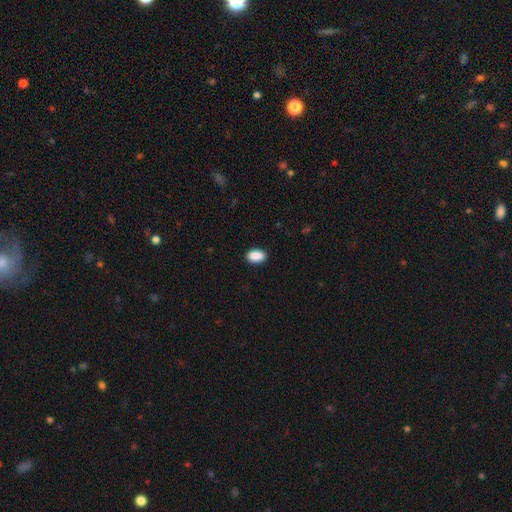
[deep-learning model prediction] Q: Smooth or featured?
A: smooth (90%); runner-up: star or artifact (7%)
Q: How rounded?
A: in between (90%); runner-up: round (9%)
Q: Merging?
A: none (89%); runner-up: minor disturbance (9%)